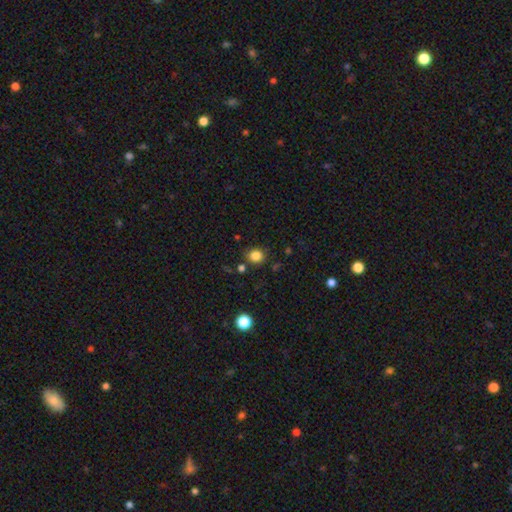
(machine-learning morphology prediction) smooth 83%, star or artifact 12%, featured or disk 5%. Down the decision tree: how rounded — round (74%); merging — none (81%).